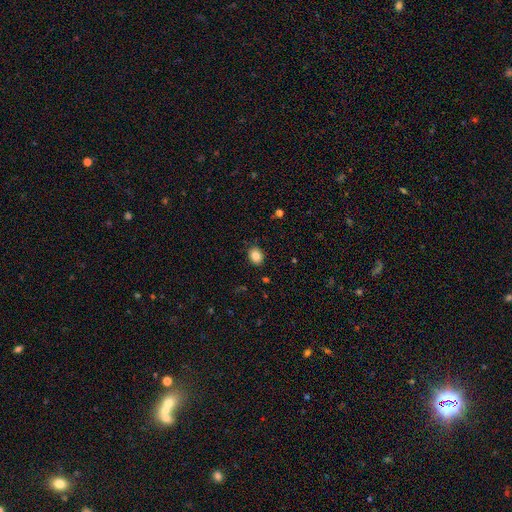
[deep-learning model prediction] This appears to be a smooth galaxy with no disk features (85%) that is in between round and cigar-shaped (51%). Merging: none (88%).